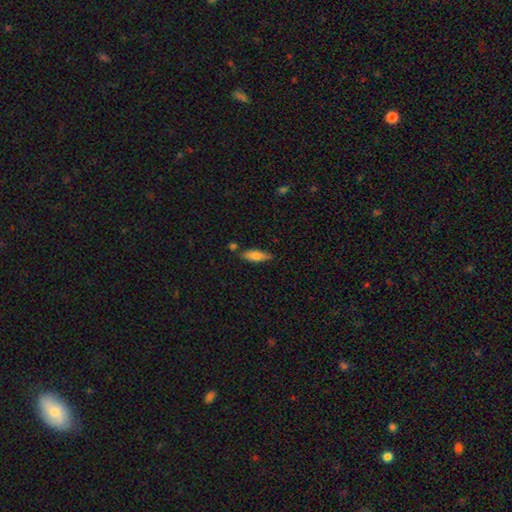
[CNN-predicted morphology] Q: Smooth or featured?
A: smooth (75%); runner-up: featured or disk (18%)
Q: How rounded?
A: in between (52%); runner-up: cigar-shaped (46%)
Q: Merging?
A: none (75%); runner-up: minor disturbance (15%)